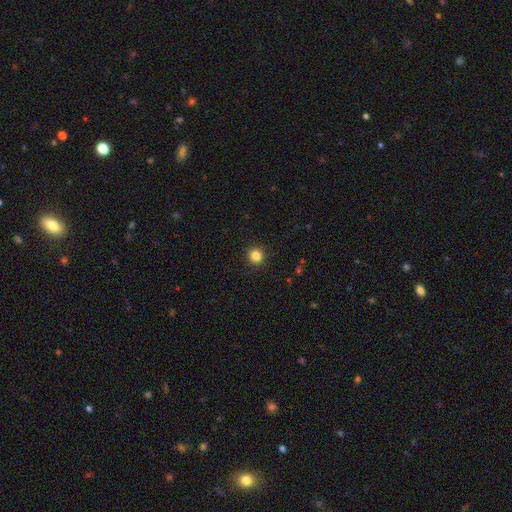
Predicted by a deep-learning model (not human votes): This appears to be a smooth galaxy with no disk features (84%) that is round (95%). Merging: none (92%).